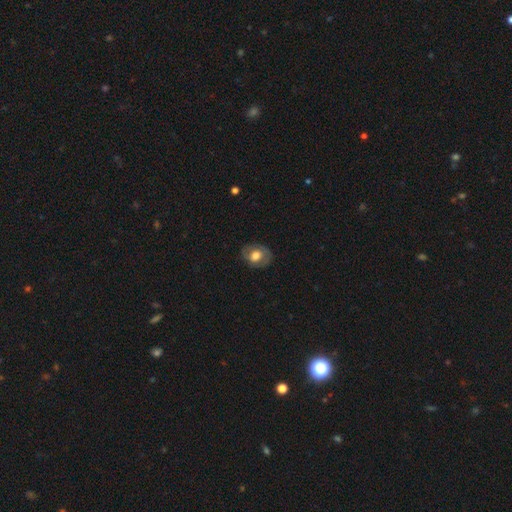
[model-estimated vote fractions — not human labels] A smooth galaxy with no disk features (57%) that is in between round and cigar-shaped (57%). Merging: none (77%).